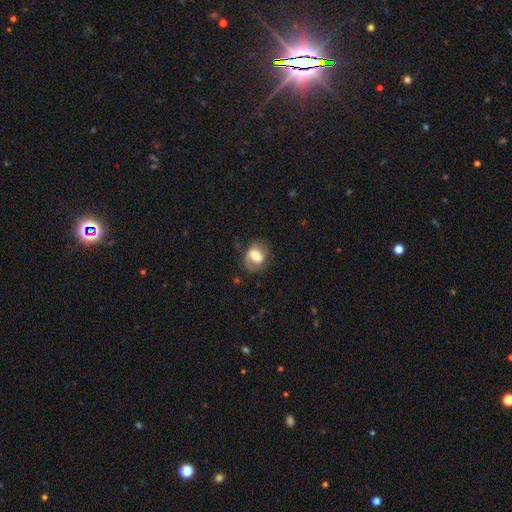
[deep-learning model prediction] Morphology: type=smooth (51%); roundness=in between (57%); merging=none (60%).